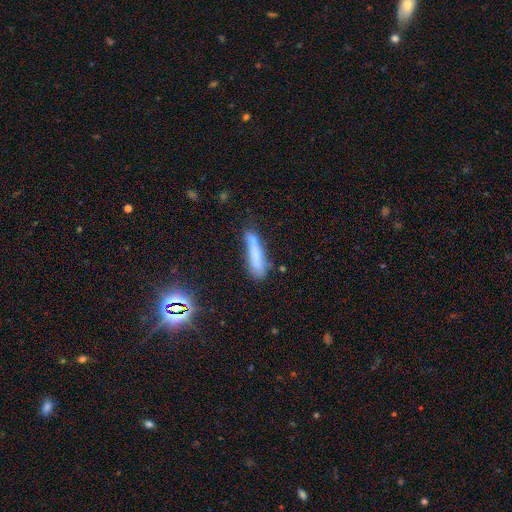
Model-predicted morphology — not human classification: This appears to be a smooth galaxy with no disk features (69%) that is cigar-shaped (74%). Merging: none (44%).